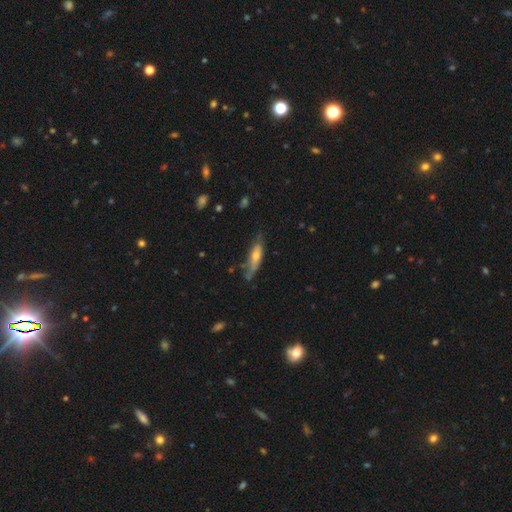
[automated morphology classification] smooth-or-featured: smooth: 48% | featured or disk: 45% | star or artifact: 8%
  merging: none: 60% | minor disturbance: 28% | major disturbance: 8% | merger: 4%